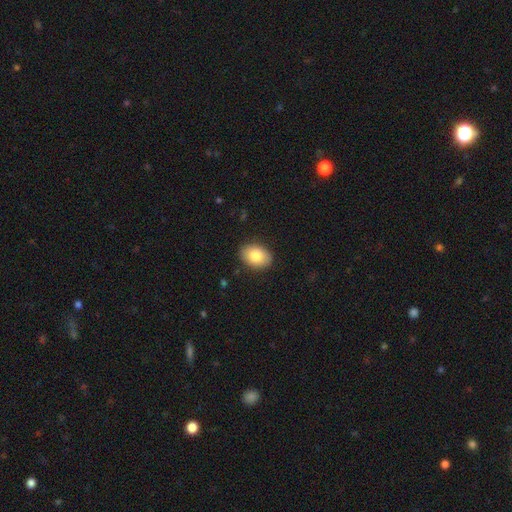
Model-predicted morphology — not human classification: Q: Smooth or featured?
A: smooth (84%); runner-up: featured or disk (9%)
Q: How rounded?
A: in between (80%); runner-up: round (19%)
Q: Merging?
A: none (88%); runner-up: minor disturbance (9%)